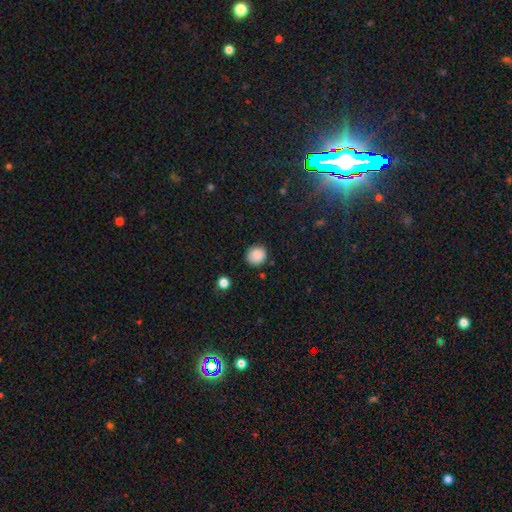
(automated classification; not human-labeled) Morphology: type=smooth (87%); roundness=round (89%); merging=none (85%).